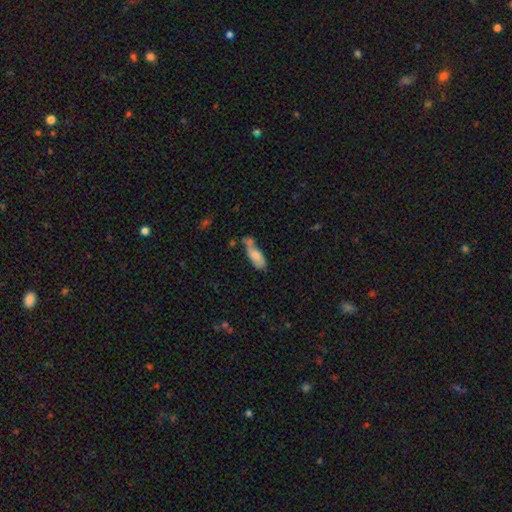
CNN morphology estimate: A smooth galaxy with no disk features (72%) that is in between round and cigar-shaped (72%).

Vote fractions:
- Smooth or featured? smooth: 72% / featured or disk: 20% / star or artifact: 7%
- How rounded? in between: 72% / cigar-shaped: 26% / round: 2%
- Merging? none: 39% / merger: 29% / minor disturbance: 23% / major disturbance: 9%